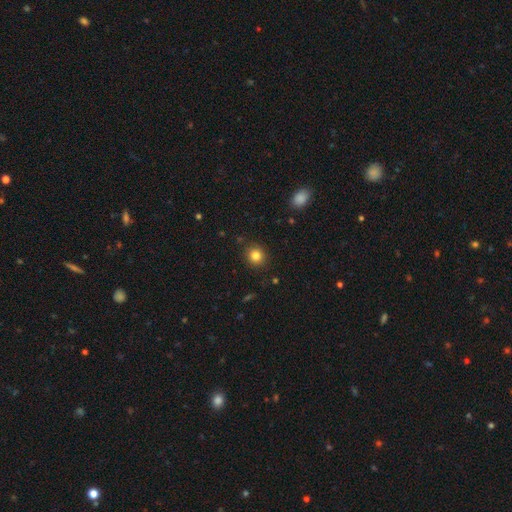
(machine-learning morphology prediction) smooth_or_featured: smooth (p=0.82) [alt: star or artifact p=0.12]
how_rounded: round (p=0.86) [alt: in between p=0.13]
merging: none (p=0.89) [alt: minor disturbance p=0.08]